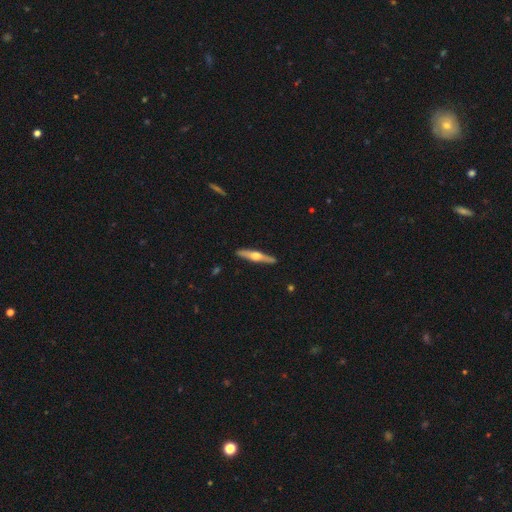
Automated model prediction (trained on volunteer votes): Smooth or featured: featured or disk — 65% (smooth — 30%)
Edge-on disk: yes — 97% (no — 3%)
Edge-on bulge: rounded — 93% (boxy — 4%)
Merging: none — 91% (minor disturbance — 7%)